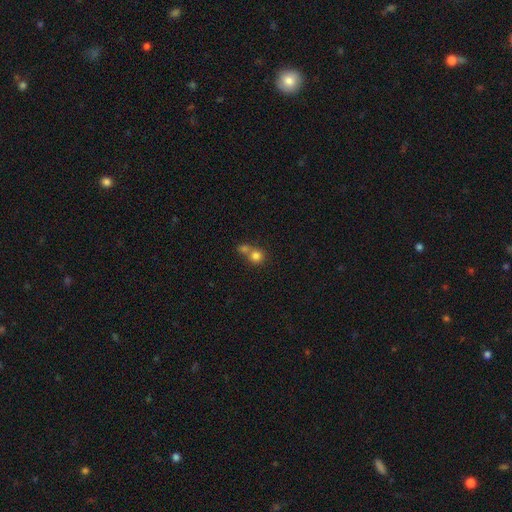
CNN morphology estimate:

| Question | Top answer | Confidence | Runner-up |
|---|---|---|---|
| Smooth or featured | smooth | 80% | star or artifact (11%) |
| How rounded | round | 87% | in between (12%) |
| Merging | merger | 48% | none (41%) |